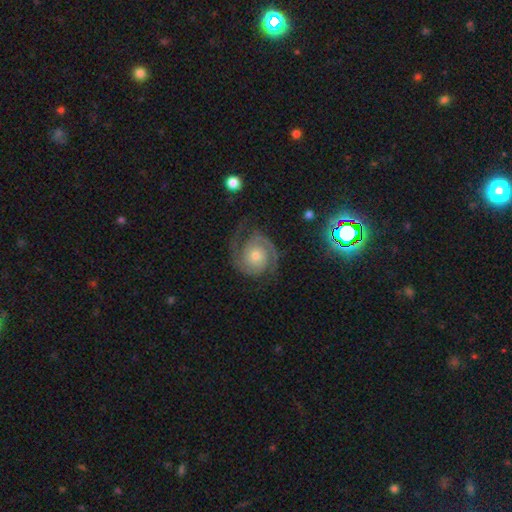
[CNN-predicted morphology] featured or disk 89%, star or artifact 6%, smooth 5%. Down the decision tree: edge-on disk — no (98%); bar — no (75%); spiral arms — yes (98%); spiral arm count — 2 (90%); spiral winding — tight (57%); bulge size — small (48%); merging — none (78%).